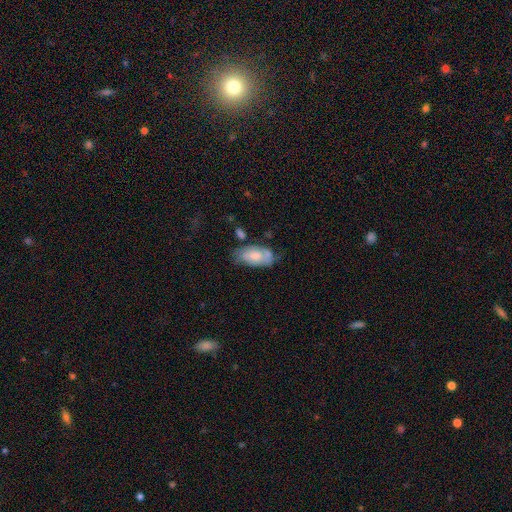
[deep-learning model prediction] A smooth galaxy with no disk features (61%) that is in between round and cigar-shaped (92%). Merging: none (42%).